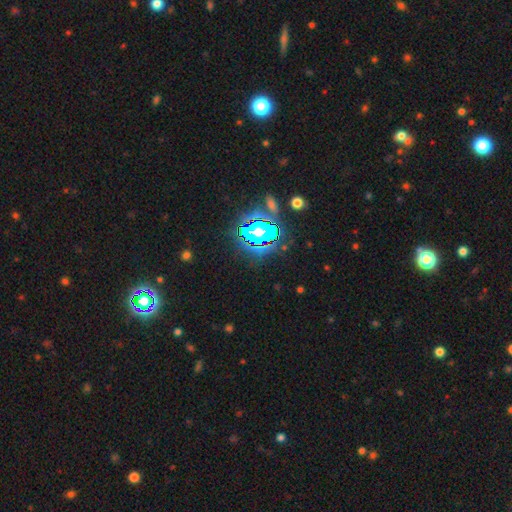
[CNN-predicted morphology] The model was most divided on "smooth or featured": star or artifact: 82%, smooth: 11%, featured or disk: 7%.